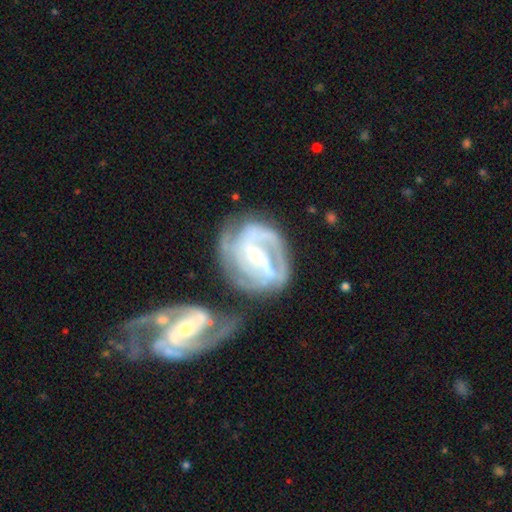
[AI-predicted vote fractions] A featured or disk galaxy (87%) with a strong bar (38%), 2 (41%) tight (50%) spiral arms (95%) and a small central bulge (57%). Merging: merger (39%).